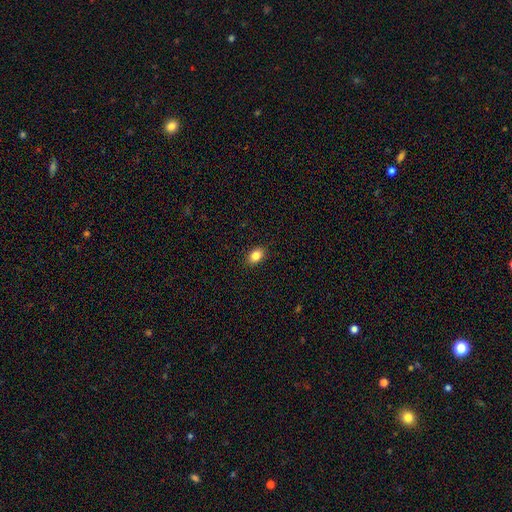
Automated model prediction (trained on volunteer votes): Q: Smooth or featured?
A: smooth (84%); runner-up: star or artifact (9%)
Q: How rounded?
A: in between (79%); runner-up: round (19%)
Q: Merging?
A: none (89%); runner-up: minor disturbance (8%)